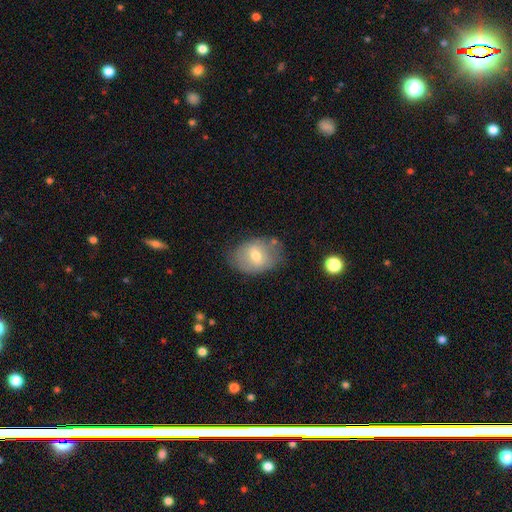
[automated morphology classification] smooth-or-featured: smooth: 59% | featured or disk: 33% | star or artifact: 8%
  how-rounded: in between: 67% | round: 32% | cigar-shaped: 1%
  merging: none: 68% | minor disturbance: 23% | major disturbance: 7% | merger: 3%